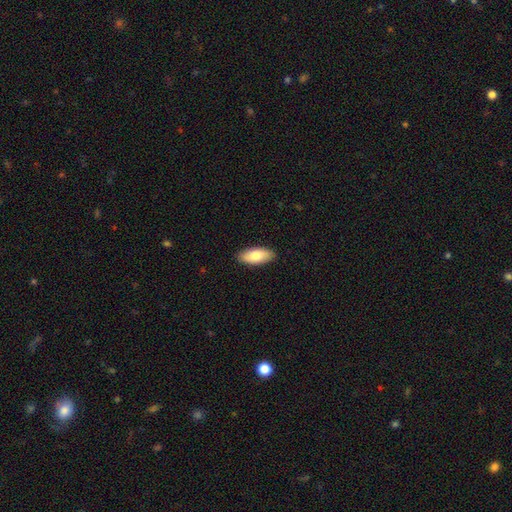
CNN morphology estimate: Smooth or featured? smooth (77%)
How rounded? in between (85%)
Merging? none (89%)